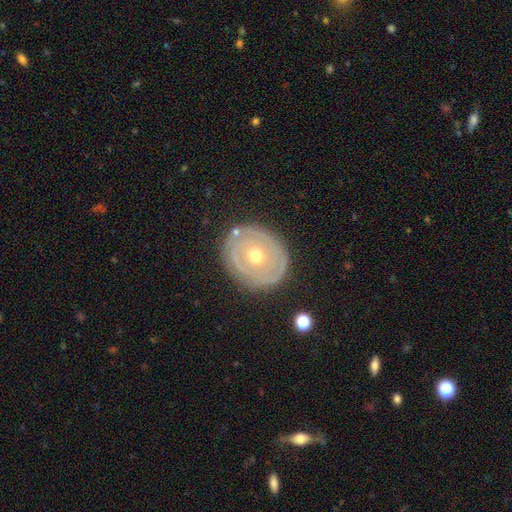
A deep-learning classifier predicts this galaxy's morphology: Q: Smooth or featured?
A: featured or disk (76%); runner-up: smooth (17%)
Q: Edge-on disk?
A: no (96%); runner-up: yes (4%)
Q: Bar?
A: no (84%); runner-up: weak (12%)
Q: Spiral arms?
A: yes (69%); runner-up: no (31%)
Q: Spiral winding?
A: tight (80%); runner-up: medium (14%)
Q: Spiral arm count?
A: can't tell (37%); runner-up: 2 (31%)
Q: Bulge size?
A: moderate (56%); runner-up: small (40%)
Q: Merging?
A: none (81%); runner-up: minor disturbance (13%)